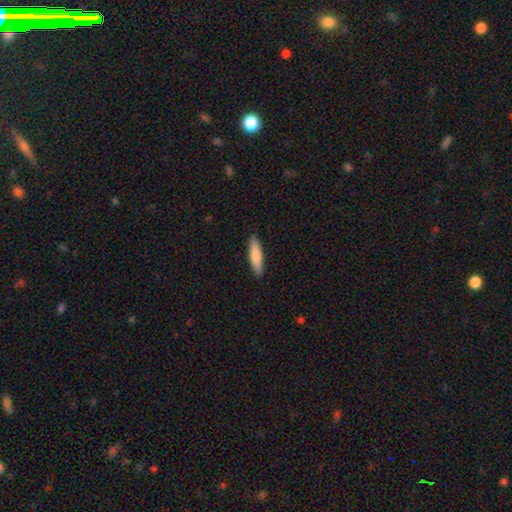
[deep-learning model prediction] Smooth or featured?
  - smooth: 74% *
  - featured or disk: 21%
  - star or artifact: 5%
How rounded?
  - cigar-shaped: 74% *
  - in between: 24%
  - round: 2%
Merging?
  - none: 90% *
  - minor disturbance: 7%
  - major disturbance: 2%
  - merger: 1%